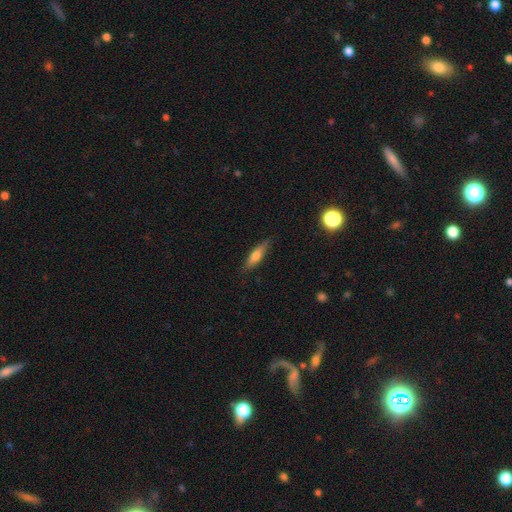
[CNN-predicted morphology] Smooth or featured? smooth (60%)
How rounded? cigar-shaped (71%)
Merging? none (84%)